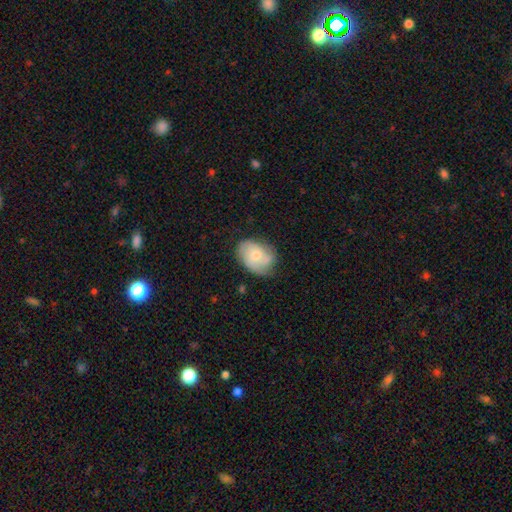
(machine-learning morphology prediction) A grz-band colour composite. It shows a featured or disk galaxy (50%). Merging: none (63%).